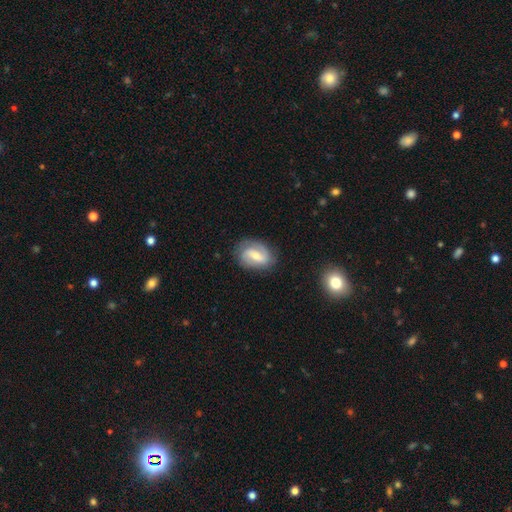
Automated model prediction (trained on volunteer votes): The model was most divided on "bulge size": moderate: 50%, small: 43%, large: 4%, none: 3%, dominant: 1%. Remaining: edge-on disk — no (96%); spiral arms — yes (89%); spiral arm count — 2 (81%); merging — none (79%); smooth or featured — featured or disk (69%); bar — weak (49%); spiral winding — medium (43%).